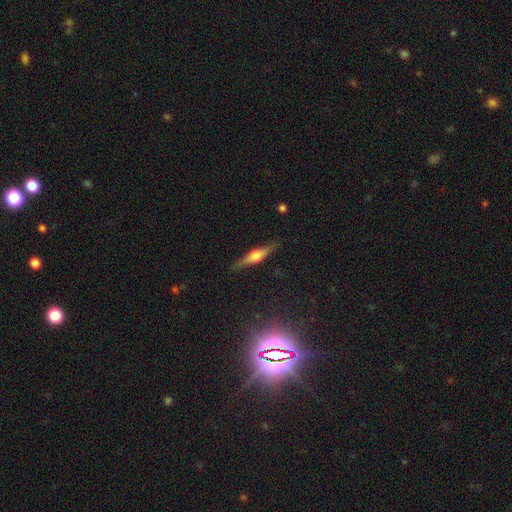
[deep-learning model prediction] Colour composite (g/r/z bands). It shows a featured or disk galaxy (64%) viewed edge-on (96%) with a rounded central bulge (91%). Merging: none (87%).